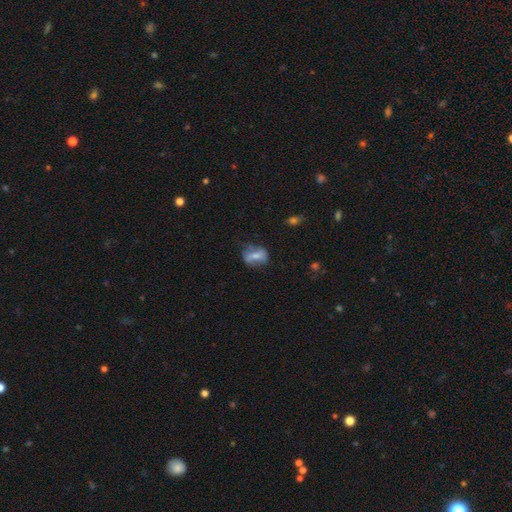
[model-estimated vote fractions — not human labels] Smooth or featured: smooth — 46% (featured or disk — 45%)
Merging: none — 56% (minor disturbance — 27%)